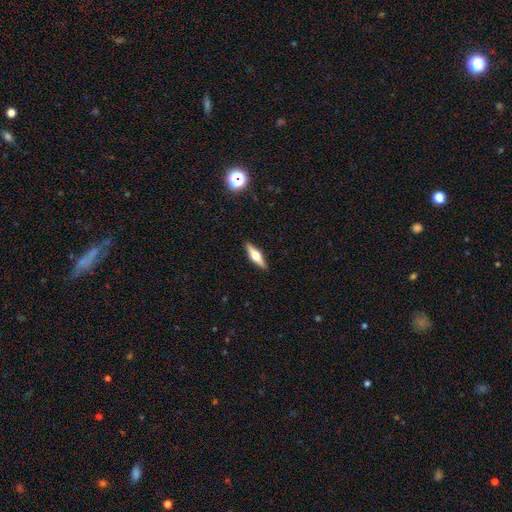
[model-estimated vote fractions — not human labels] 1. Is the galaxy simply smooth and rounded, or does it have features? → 56% featured or disk, 38% smooth, 6% star or artifact.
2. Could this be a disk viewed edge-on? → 95% yes, 5% no.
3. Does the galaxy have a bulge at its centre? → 94% rounded, 4% boxy, 2% none.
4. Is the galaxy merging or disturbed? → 90% none, 7% minor disturbance, 2% major disturbance, 1% merger.